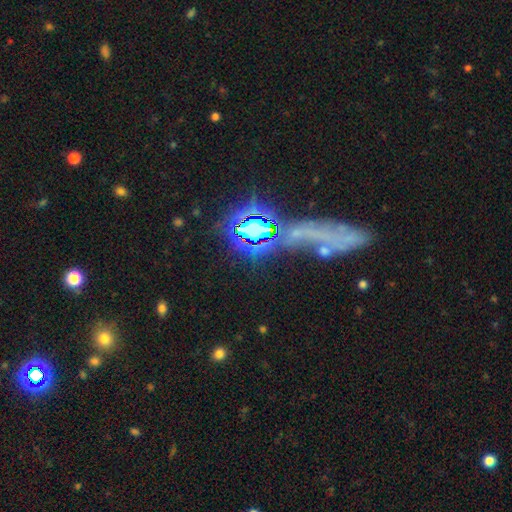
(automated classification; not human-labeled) Smooth or featured: star or artifact — 58% (smooth — 24%)